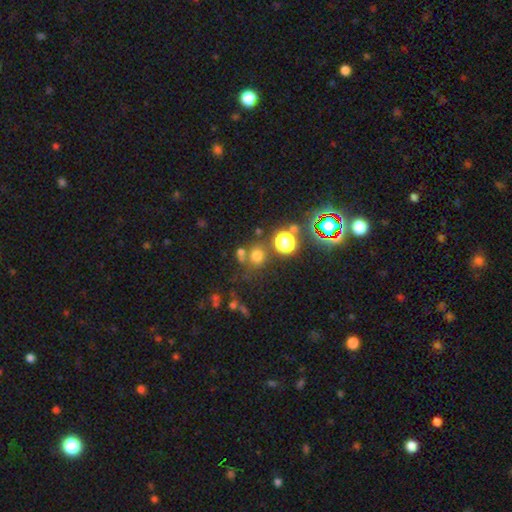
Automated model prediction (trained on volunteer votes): Smooth or featured?
  - star or artifact: 54% *
  - smooth: 38%
  - featured or disk: 9%